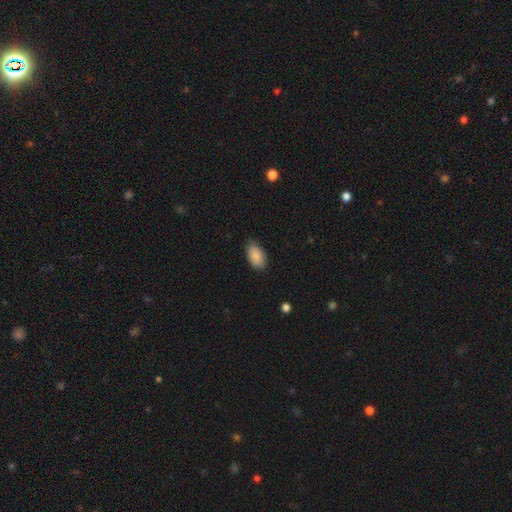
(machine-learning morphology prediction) Smooth or featured? Predicted: smooth (p=0.88). How rounded? Predicted: in between (p=0.94). Merging? Predicted: none (p=0.82).